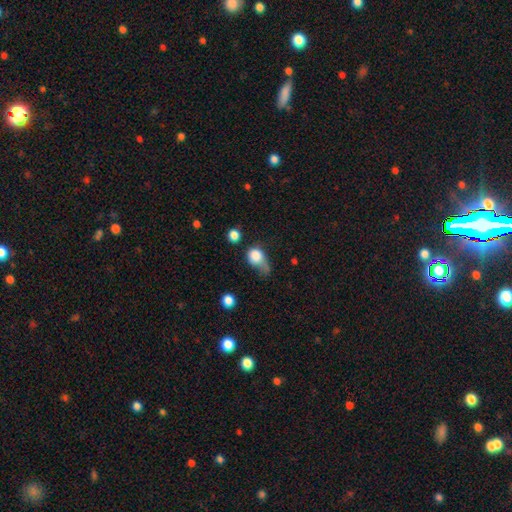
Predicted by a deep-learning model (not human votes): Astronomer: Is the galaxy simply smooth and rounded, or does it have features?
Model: smooth — 80%.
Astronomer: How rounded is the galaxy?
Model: round — 60% (runner-up: in between, 38%).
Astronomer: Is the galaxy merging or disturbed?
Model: minor disturbance — 33%, tied with major disturbance at 33%.